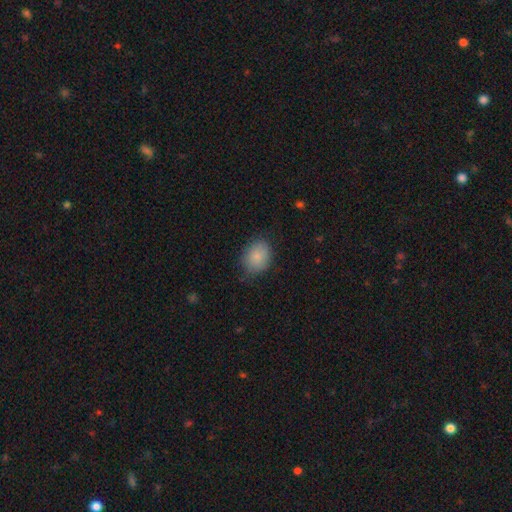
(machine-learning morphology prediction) Overall: smooth (84%). How rounded: in between (57%; round 42%). Merging: none (76%).